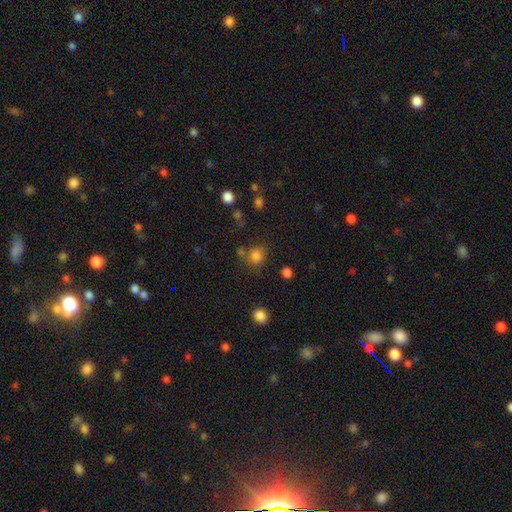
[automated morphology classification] smooth-or-featured: smooth: 81% | star or artifact: 14% | featured or disk: 5%
  how-rounded: round: 85% | in between: 14% | cigar-shaped: 1%
  merging: none: 70% | merger: 13% | minor disturbance: 12% | major disturbance: 5%